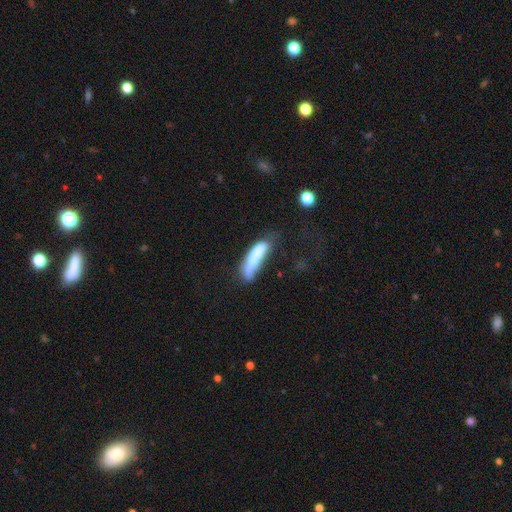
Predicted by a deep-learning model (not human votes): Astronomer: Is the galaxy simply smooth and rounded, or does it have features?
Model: smooth — 64%.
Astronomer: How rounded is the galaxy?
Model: cigar-shaped — 76%.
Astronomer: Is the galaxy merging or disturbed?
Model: none — 38% (runner-up: minor disturbance, 28%).